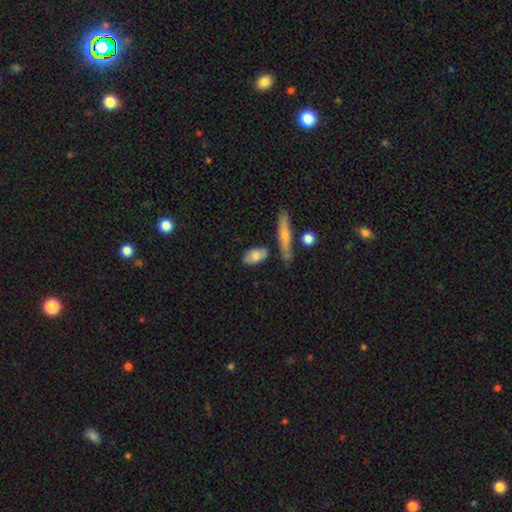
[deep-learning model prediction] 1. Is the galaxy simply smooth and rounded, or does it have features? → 68% smooth, 26% featured or disk, 6% star or artifact.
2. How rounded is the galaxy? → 85% in between, 10% cigar-shaped, 5% round.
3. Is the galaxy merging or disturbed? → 69% none, 18% minor disturbance, 9% merger, 4% major disturbance.